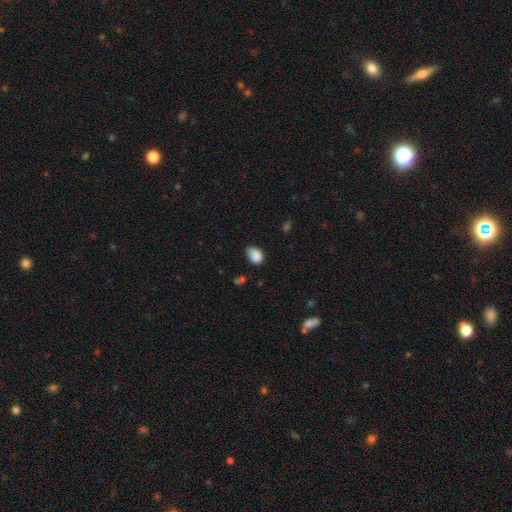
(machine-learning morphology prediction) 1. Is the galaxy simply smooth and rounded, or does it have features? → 85% smooth, 8% star or artifact, 7% featured or disk.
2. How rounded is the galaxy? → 77% in between, 22% round, 1% cigar-shaped.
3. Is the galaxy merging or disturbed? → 51% none, 37% minor disturbance, 9% major disturbance, 3% merger.